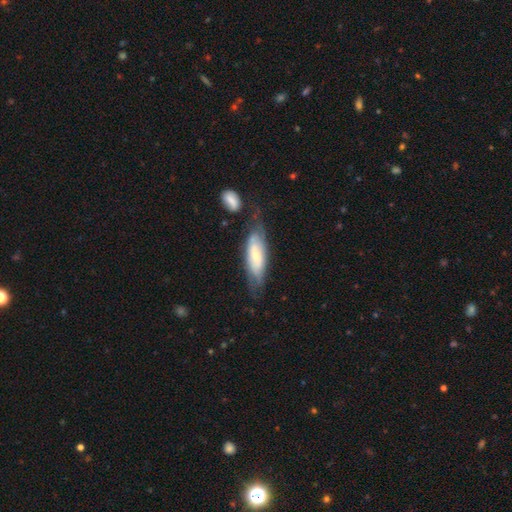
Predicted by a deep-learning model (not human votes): Smooth or featured?
  - smooth: 48% *
  - featured or disk: 45%
  - star or artifact: 6%
Merging?
  - none: 54% *
  - minor disturbance: 25%
  - major disturbance: 12%
  - merger: 8%